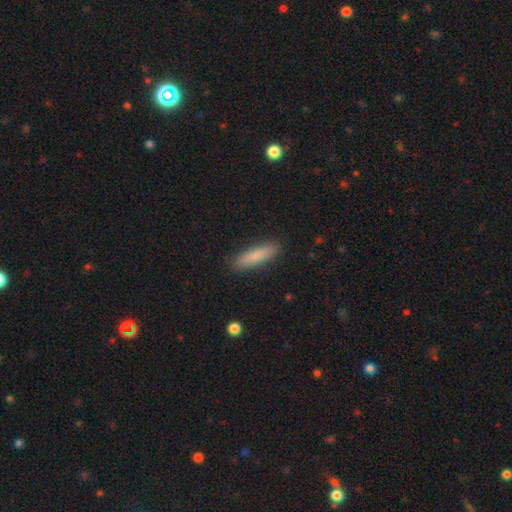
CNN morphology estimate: smooth_or_featured: smooth (p=0.84) [alt: featured or disk p=0.10]
how_rounded: cigar-shaped (p=0.74) [alt: in between p=0.25]
merging: none (p=0.89) [alt: minor disturbance p=0.08]